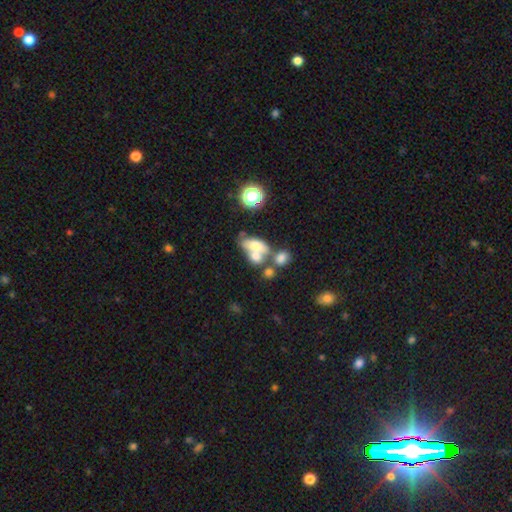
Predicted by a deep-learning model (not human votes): Q: Smooth or featured?
A: smooth (60%); runner-up: featured or disk (27%)
Q: How rounded?
A: in between (78%); runner-up: round (18%)
Q: Merging?
A: merger (54%); runner-up: none (25%)